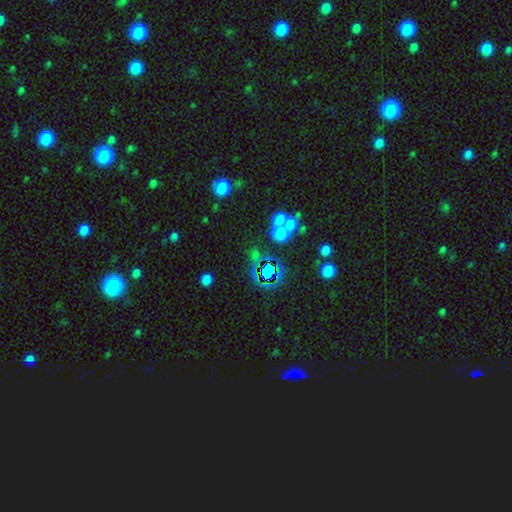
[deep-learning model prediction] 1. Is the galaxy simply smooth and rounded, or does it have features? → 44% star or artifact, 42% smooth, 14% featured or disk.